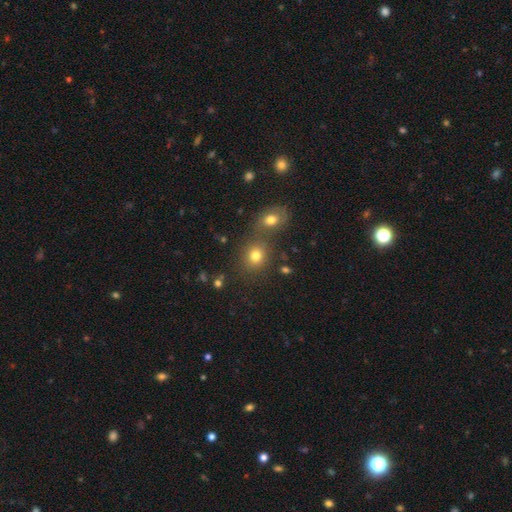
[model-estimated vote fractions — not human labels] A smooth galaxy with no disk features (76%) that is round (73%).

Vote fractions:
- Smooth or featured? smooth: 76% / star or artifact: 14% / featured or disk: 10%
- How rounded? round: 73% / in between: 26% / cigar-shaped: 1%
- Merging? none: 59% / merger: 29% / minor disturbance: 9% / major disturbance: 4%